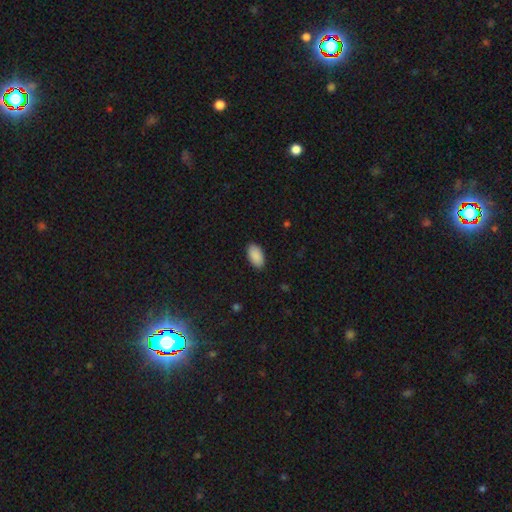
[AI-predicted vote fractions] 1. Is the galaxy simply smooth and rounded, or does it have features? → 90% smooth, 6% star or artifact, 3% featured or disk.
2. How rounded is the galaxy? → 95% in between, 3% round, 2% cigar-shaped.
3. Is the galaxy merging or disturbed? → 88% none, 9% minor disturbance, 2% major disturbance, 1% merger.